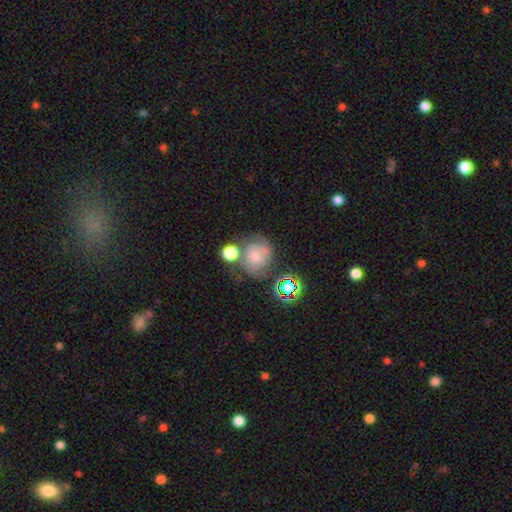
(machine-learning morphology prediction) This is possibly a smooth galaxy (50%). Merging: possibly none (49%).